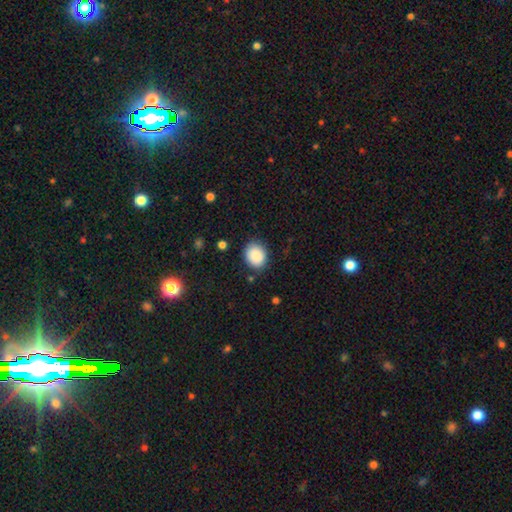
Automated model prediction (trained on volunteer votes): Morphology: type=smooth (88%); roundness=round (63%); merging=none (84%).